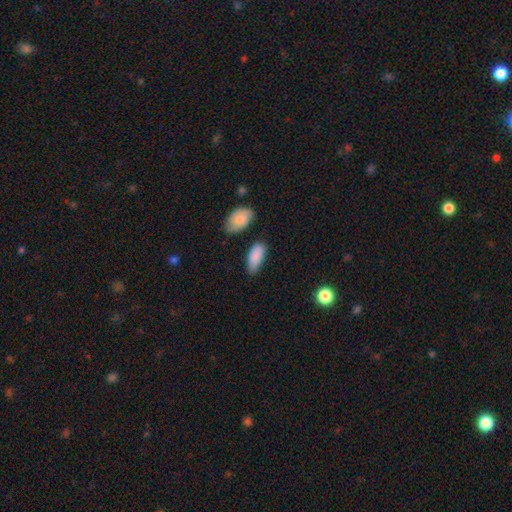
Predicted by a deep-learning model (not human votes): Smooth or featured? Predicted: smooth (p=0.87). How rounded? Predicted: in between (p=0.87). Merging? Predicted: none (p=0.71).